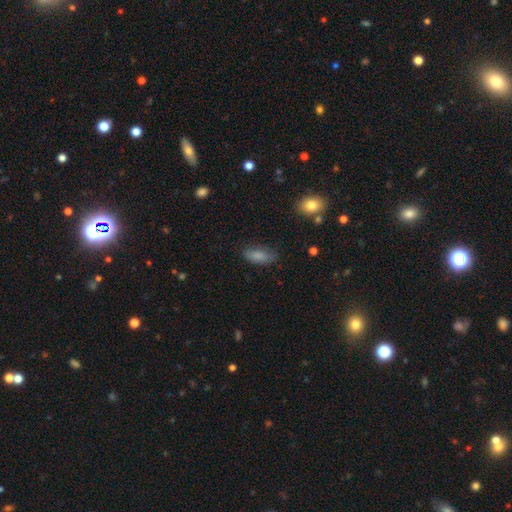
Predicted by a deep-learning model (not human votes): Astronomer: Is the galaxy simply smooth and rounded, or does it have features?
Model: smooth — 73%.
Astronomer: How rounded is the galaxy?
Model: in between — 81%.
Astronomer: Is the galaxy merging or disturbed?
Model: none — 77%.